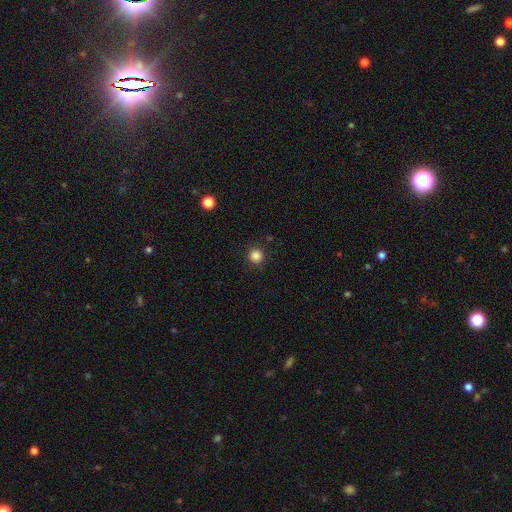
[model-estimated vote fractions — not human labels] A smooth galaxy with no disk features (85%) that is round (95%).

Vote fractions:
- Smooth or featured? smooth: 85% / star or artifact: 12% / featured or disk: 3%
- How rounded? round: 95% / in between: 5% / cigar-shaped: 1%
- Merging? none: 91% / minor disturbance: 6% / major disturbance: 2% / merger: 1%